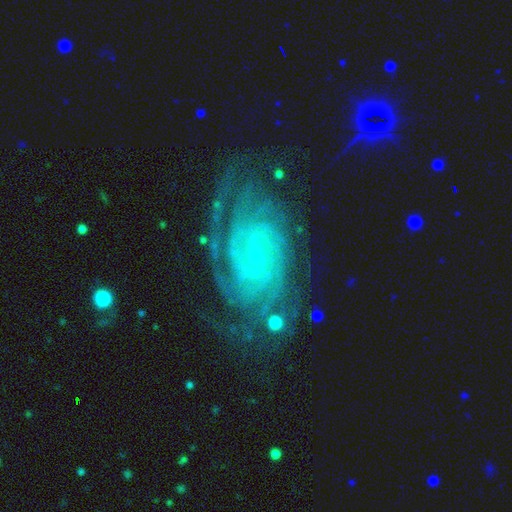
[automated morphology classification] This appears to be a featured or disk galaxy (89%) with no bar (60%), tight (79%) spiral arms (98%) and a small central bulge (85%). Merging: none (71%).